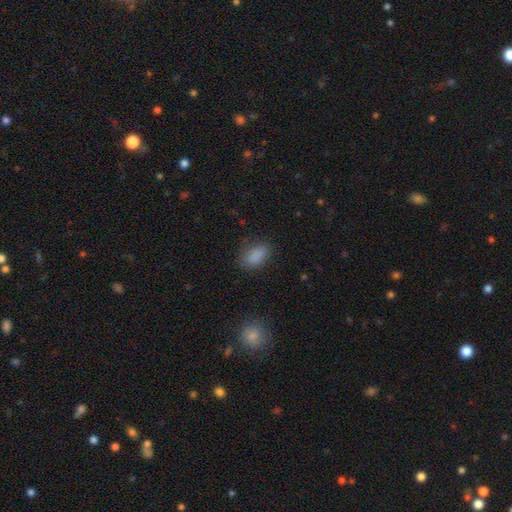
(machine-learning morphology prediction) This appears to be a smooth galaxy with no disk features (85%) that is in between round and cigar-shaped (89%). Merging: none (76%).